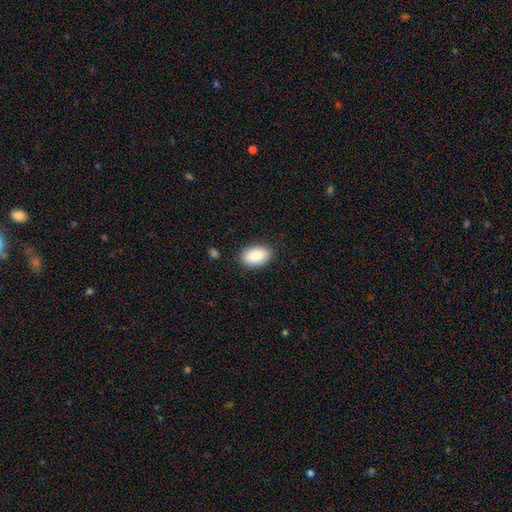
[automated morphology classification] The model was most divided on "merging": none: 86%, minor disturbance: 11%, major disturbance: 2%, merger: 1%. More confident: how rounded — in between (93%); smooth or featured — smooth (89%).